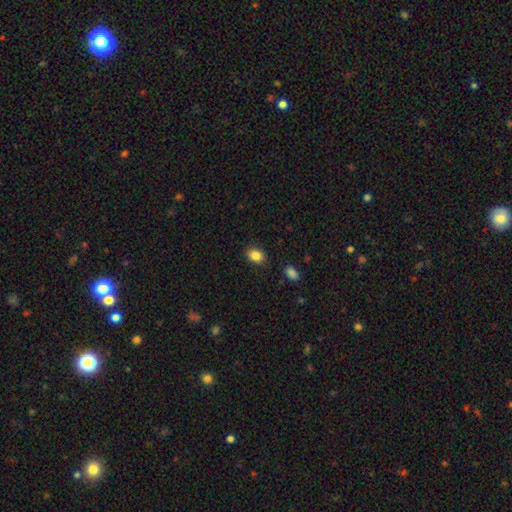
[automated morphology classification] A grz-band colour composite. It shows a smooth galaxy with no disk features (86%) that is in between round and cigar-shaped (71%). Merging: none (87%).